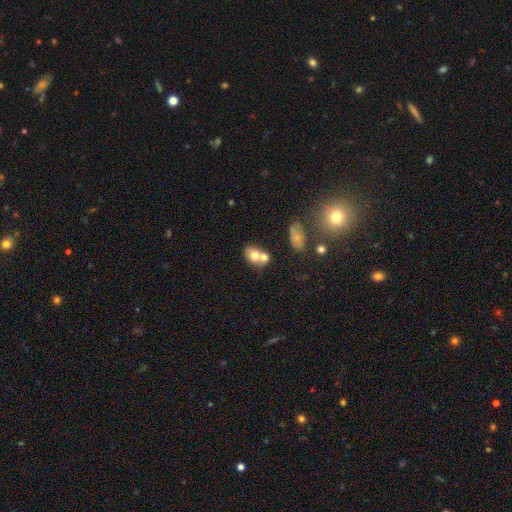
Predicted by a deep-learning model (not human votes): Morphology: type=smooth (69%); roundness=in between (62%); merging=merger (58%).